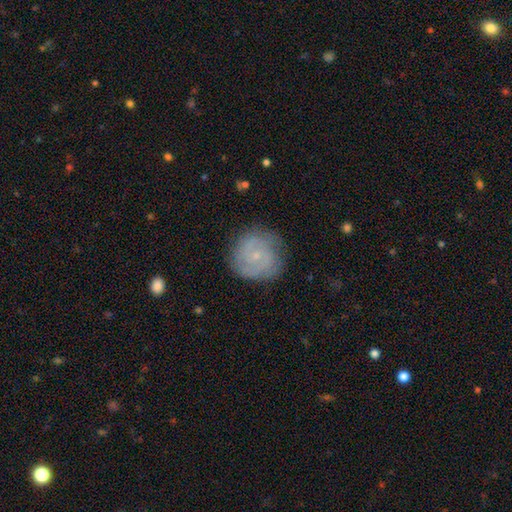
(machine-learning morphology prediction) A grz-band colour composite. It shows a featured or disk galaxy (64%) with no bar (73%), 2 (43%) tight (60%) spiral arms (87%) and a small central bulge (81%). Merging: none (77%).